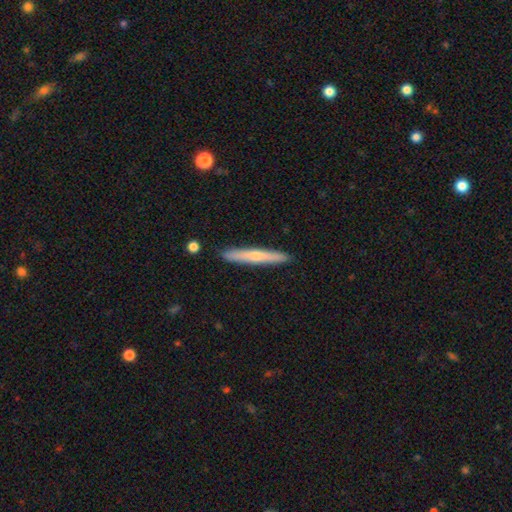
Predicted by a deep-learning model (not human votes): smooth_or_featured: smooth (p=0.50) [alt: featured or disk p=0.45]
merging: none (p=0.91) [alt: minor disturbance p=0.06]